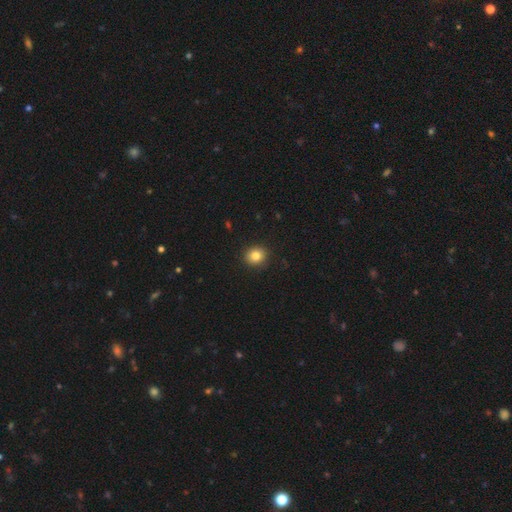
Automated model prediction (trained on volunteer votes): Overall: smooth (83%). How rounded: round (82%). Merging: none (91%).